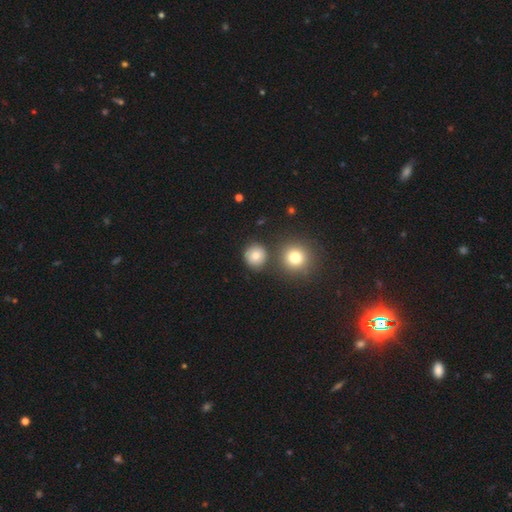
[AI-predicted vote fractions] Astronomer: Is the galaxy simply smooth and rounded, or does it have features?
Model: smooth — 80%.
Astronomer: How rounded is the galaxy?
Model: round — 93%.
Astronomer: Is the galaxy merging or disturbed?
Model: none — 84%.